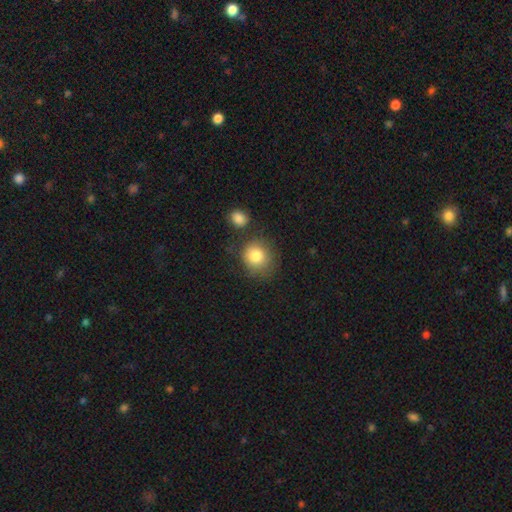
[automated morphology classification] Overall: smooth (82%). How rounded: round (82%). Merging: none (70%).